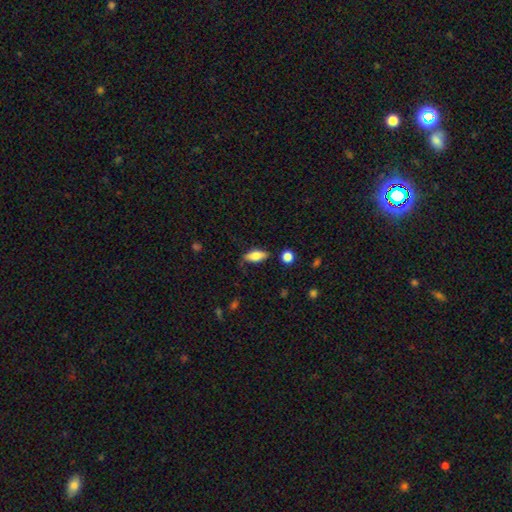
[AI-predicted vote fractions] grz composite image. It shows a smooth galaxy with no disk features (72%) that is in between round and cigar-shaped (78%). Merging: none (76%).